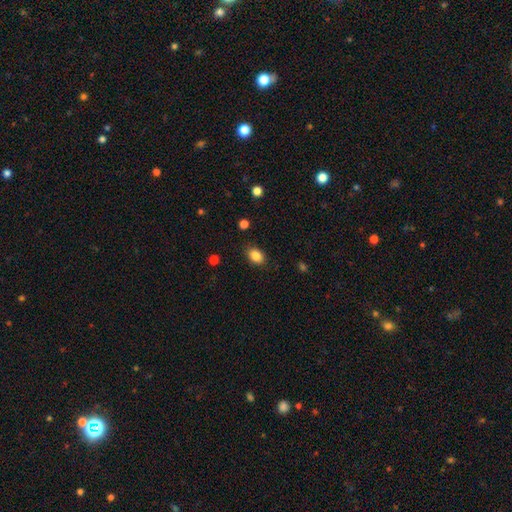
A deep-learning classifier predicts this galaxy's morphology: Smooth or featured? smooth (86%)
How rounded? in between (75%)
Merging? none (86%)